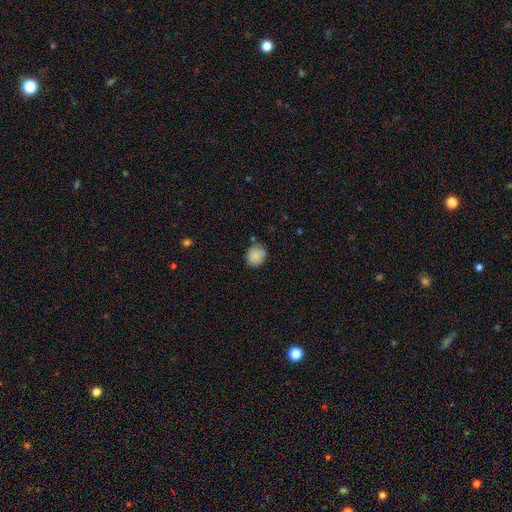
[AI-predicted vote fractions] Smooth or featured?
  - smooth: 88% *
  - star or artifact: 8%
  - featured or disk: 4%
How rounded?
  - round: 67% *
  - in between: 32%
  - cigar-shaped: 1%
Merging?
  - none: 80% *
  - minor disturbance: 15%
  - merger: 3%
  - major disturbance: 3%